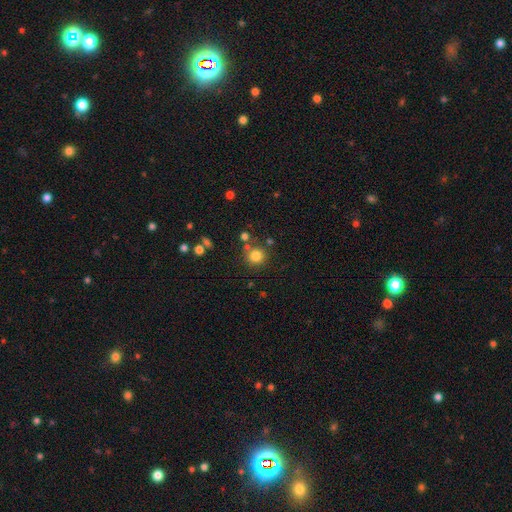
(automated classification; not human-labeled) Morphology: type=smooth (81%); roundness=round (92%); merging=none (76%).